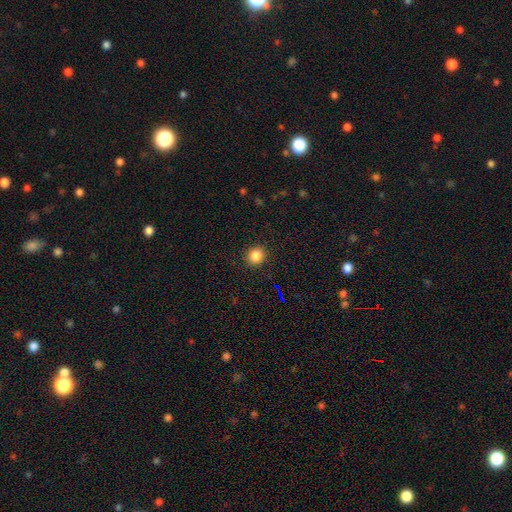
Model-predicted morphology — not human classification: Smooth or featured? smooth (85%)
How rounded? round (86%)
Merging? none (91%)